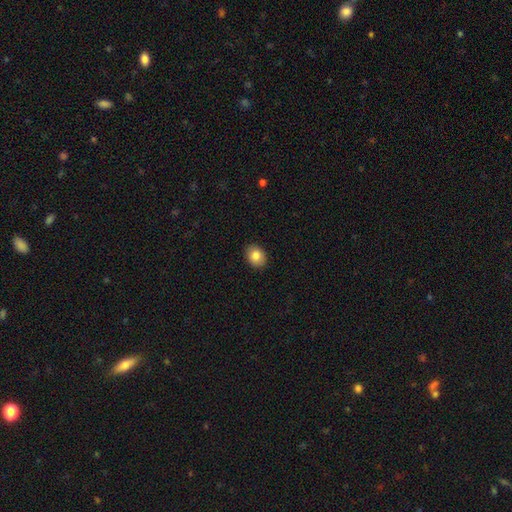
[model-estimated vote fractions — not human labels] Smooth or featured? smooth (84%)
How rounded? in between (58%)
Merging? none (90%)